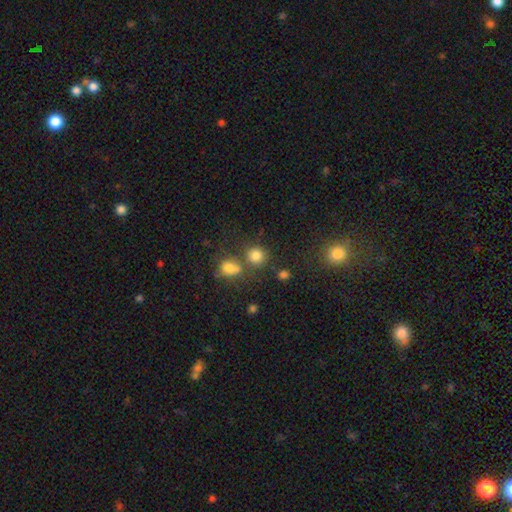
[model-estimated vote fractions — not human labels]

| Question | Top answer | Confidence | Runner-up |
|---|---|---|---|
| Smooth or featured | smooth | 80% | star or artifact (14%) |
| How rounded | round | 85% | in between (14%) |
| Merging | none | 63% | merger (23%) |